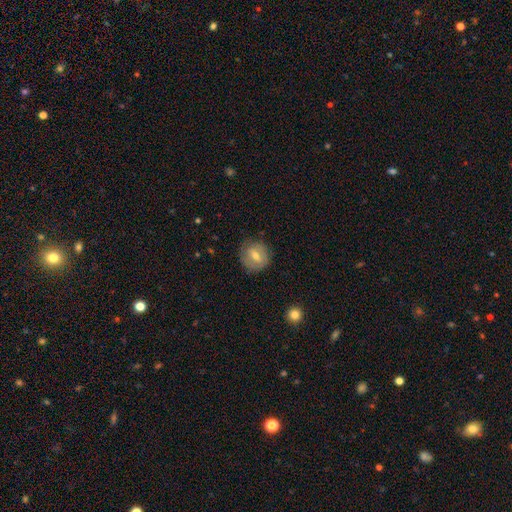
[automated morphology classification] Q: Smooth or featured?
A: smooth (54%); runner-up: featured or disk (36%)
Q: How rounded?
A: round (87%); runner-up: in between (12%)
Q: Merging?
A: none (82%); runner-up: minor disturbance (13%)